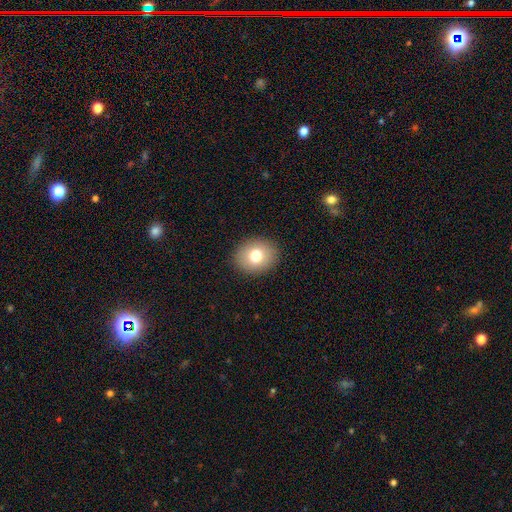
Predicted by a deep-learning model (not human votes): Morphology: type=smooth (77%); roundness=round (58%); merging=none (91%).